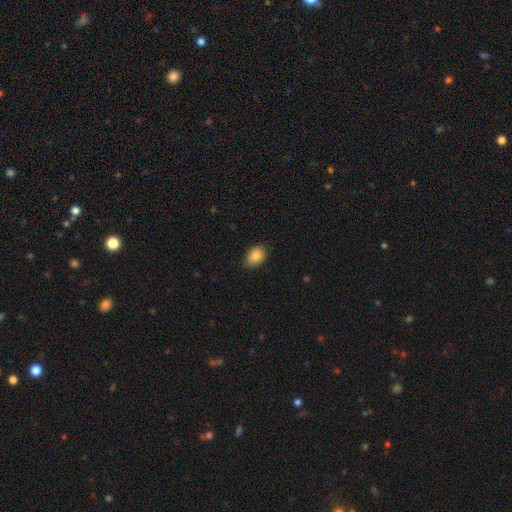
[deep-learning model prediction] smooth_or_featured: smooth (p=0.84) [alt: star or artifact p=0.08]
how_rounded: in between (p=0.78) [alt: round p=0.20]
merging: none (p=0.80) [alt: minor disturbance p=0.17]